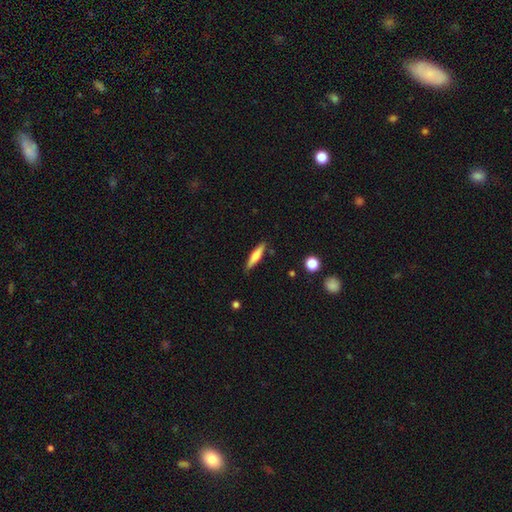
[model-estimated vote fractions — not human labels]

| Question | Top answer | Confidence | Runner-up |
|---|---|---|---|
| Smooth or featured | smooth | 57% | featured or disk (36%) |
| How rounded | cigar-shaped | 83% | in between (16%) |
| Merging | none | 86% | minor disturbance (10%) |